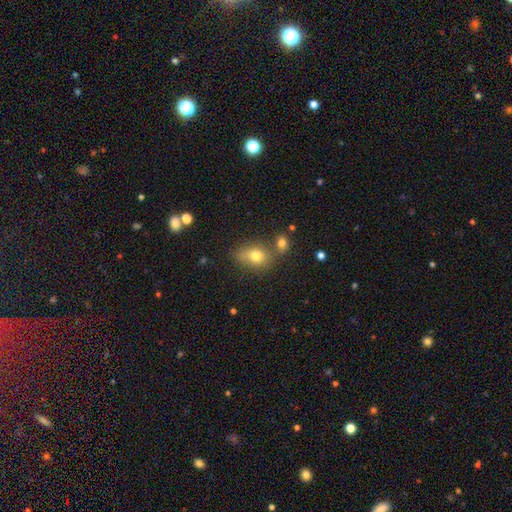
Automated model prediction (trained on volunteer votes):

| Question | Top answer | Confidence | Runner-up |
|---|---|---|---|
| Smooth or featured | smooth | 74% | featured or disk (14%) |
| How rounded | in between | 66% | round (32%) |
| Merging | none | 55% | merger (21%) |